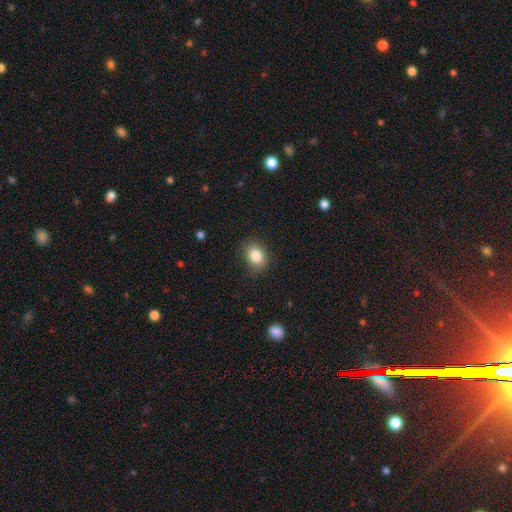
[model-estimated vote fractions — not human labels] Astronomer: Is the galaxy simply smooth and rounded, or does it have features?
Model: smooth — 86%.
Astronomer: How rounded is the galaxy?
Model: in between — 64%.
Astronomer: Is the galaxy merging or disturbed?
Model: none — 84%.